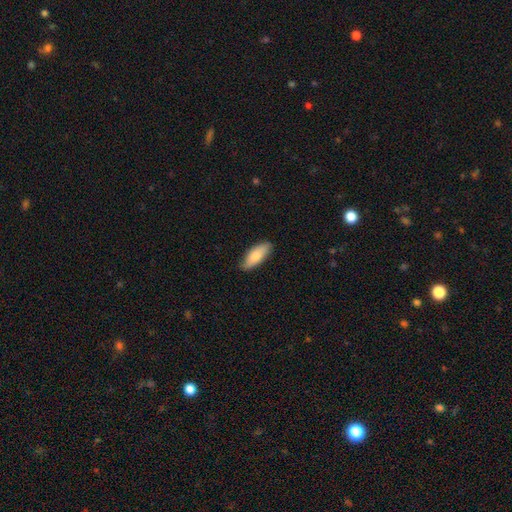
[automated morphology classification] smooth-or-featured: smooth: 81% | featured or disk: 13% | star or artifact: 5%
  how-rounded: in between: 74% | cigar-shaped: 24% | round: 2%
  merging: none: 81% | minor disturbance: 15% | major disturbance: 2% | merger: 1%